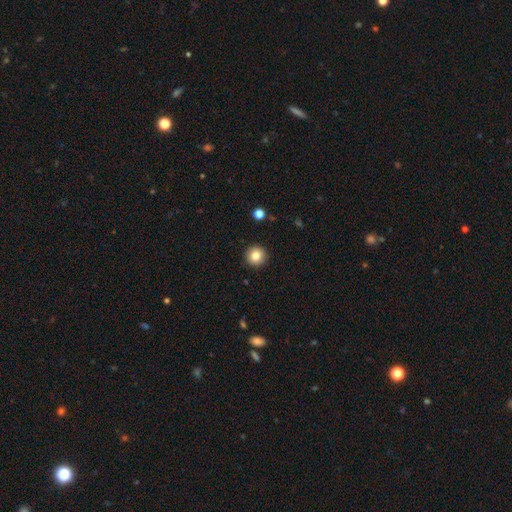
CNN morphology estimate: This appears to be a smooth galaxy with no disk features (83%) that is round (95%). Merging: none (93%).